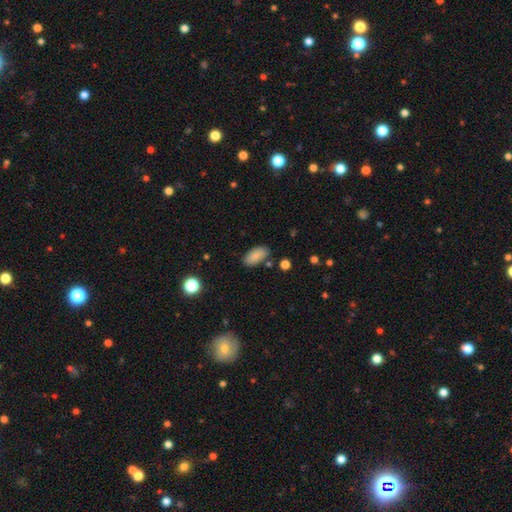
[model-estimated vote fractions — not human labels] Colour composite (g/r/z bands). It shows a smooth galaxy with no disk features (87%) that is in between round and cigar-shaped (91%). Merging: none (83%).